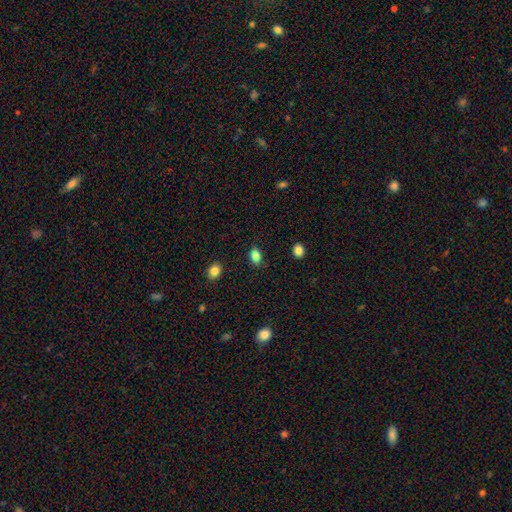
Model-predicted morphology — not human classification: smooth_or_featured: smooth (p=0.85) [alt: star or artifact p=0.10]
how_rounded: in between (p=0.81) [alt: round p=0.17]
merging: none (p=0.85) [alt: minor disturbance p=0.11]